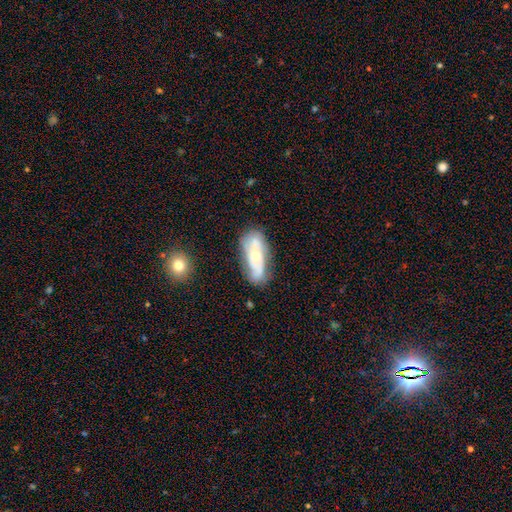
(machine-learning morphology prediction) This is likely a featured or disk galaxy (62%). It is clearly not viewed edge-on (86%). Bar: likely no (77%). Spiral arm pattern: likely yes (62%). Central bulge: possibly moderate (57%). Merging: possibly none (58%).